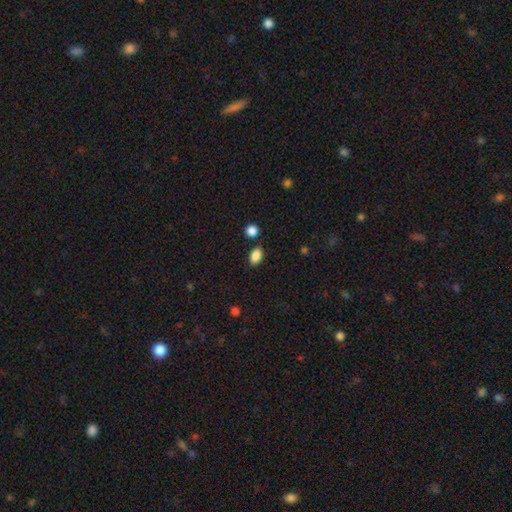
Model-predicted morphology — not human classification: smooth-or-featured: smooth: 87% | star or artifact: 9% | featured or disk: 4%
  how-rounded: in between: 83% | round: 16% | cigar-shaped: 1%
  merging: none: 82% | minor disturbance: 10% | merger: 6% | major disturbance: 3%